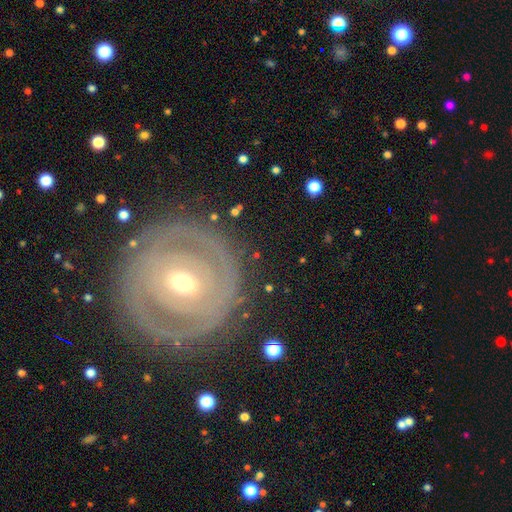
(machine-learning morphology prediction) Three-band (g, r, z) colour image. It shows a featured or disk galaxy (70%) with no bar (43%), spiral arms (68%) and a moderate central bulge (61%). Merging: none (79%).